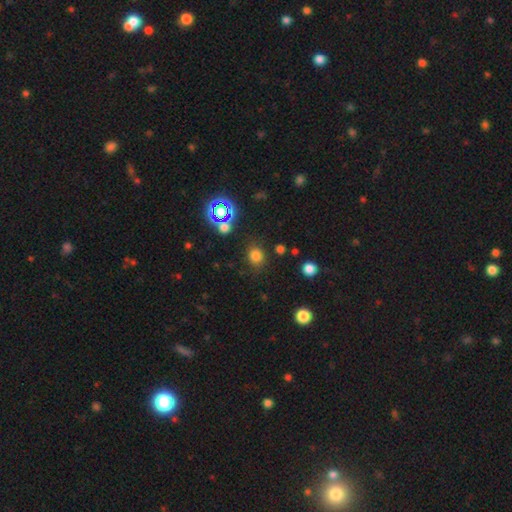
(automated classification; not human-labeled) Smooth or featured? smooth (74%)
How rounded? round (82%)
Merging? none (81%)